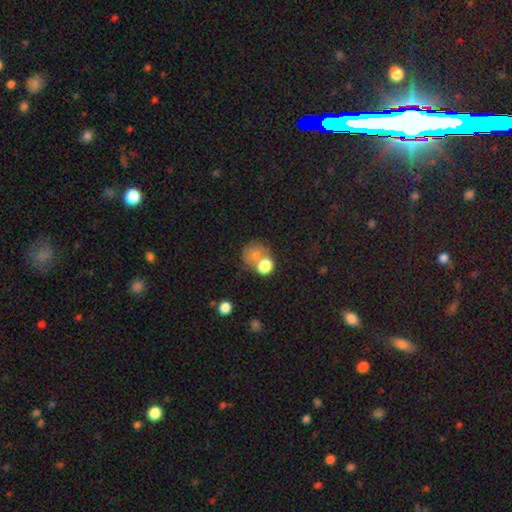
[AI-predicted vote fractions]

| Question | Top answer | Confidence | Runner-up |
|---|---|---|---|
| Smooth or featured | smooth | 71% | featured or disk (16%) |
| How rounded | round | 77% | in between (22%) |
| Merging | none | 40% | merger (38%) |